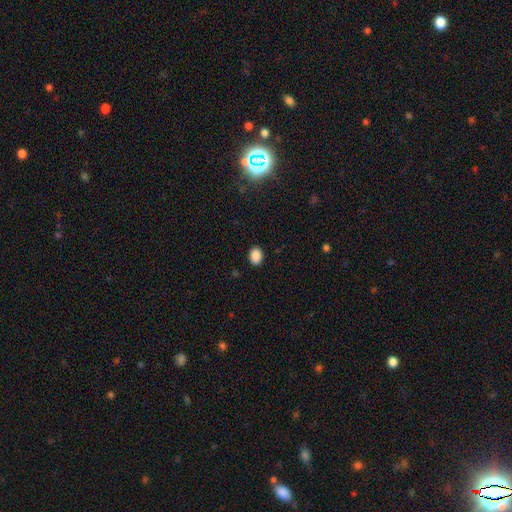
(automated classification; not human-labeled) A smooth galaxy with no disk features (89%) that is in between round and cigar-shaped (64%).

Vote fractions:
- Smooth or featured? smooth: 89% / star or artifact: 9% / featured or disk: 3%
- How rounded? in between: 64% / round: 35% / cigar-shaped: 1%
- Merging? none: 90% / minor disturbance: 7% / major disturbance: 2% / merger: 1%